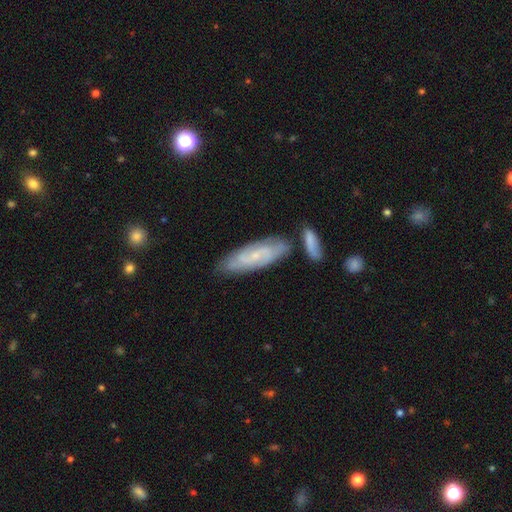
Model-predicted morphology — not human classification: This is likely a featured or disk galaxy (63%). It is clearly not viewed edge-on (83%). Bar: possibly no (53%). Spiral arm pattern: clearly yes (85%). Central bulge: likely small (74%). Merging: likely none (66%).